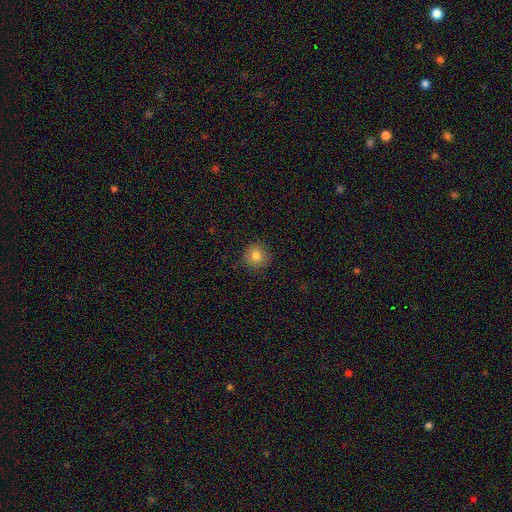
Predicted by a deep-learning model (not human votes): Smooth or featured? Predicted: smooth (p=0.81). How rounded? Predicted: round (p=0.91). Merging? Predicted: none (p=0.90).